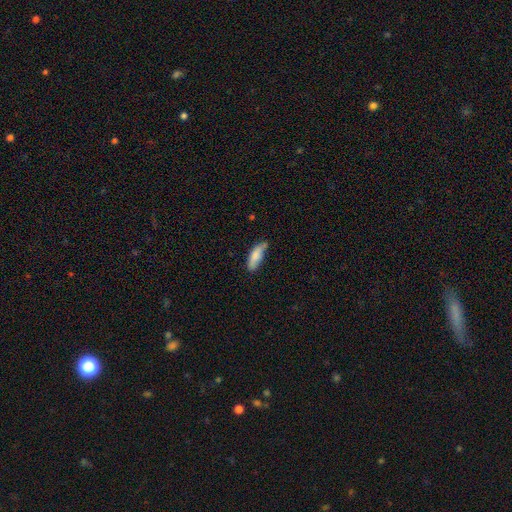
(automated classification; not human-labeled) A smooth galaxy with no disk features (82%) that is in between round and cigar-shaped (55%). Merging: none (54%).